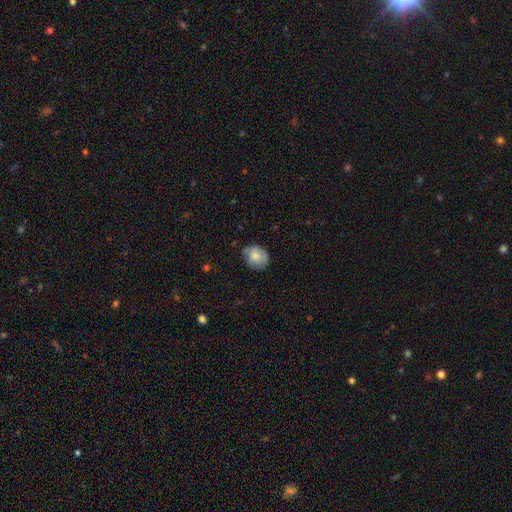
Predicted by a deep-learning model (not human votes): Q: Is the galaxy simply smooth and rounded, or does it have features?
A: smooth — 73%.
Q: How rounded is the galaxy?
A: round — 63%.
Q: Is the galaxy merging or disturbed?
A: none — 65%.